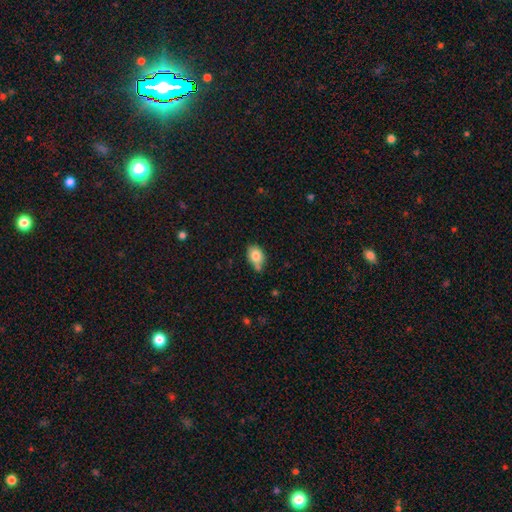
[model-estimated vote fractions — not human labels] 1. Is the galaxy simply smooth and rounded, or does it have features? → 79% smooth, 12% featured or disk, 9% star or artifact.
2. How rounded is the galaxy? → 76% in between, 22% round, 2% cigar-shaped.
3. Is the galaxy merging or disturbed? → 50% none, 32% minor disturbance, 11% merger, 6% major disturbance.